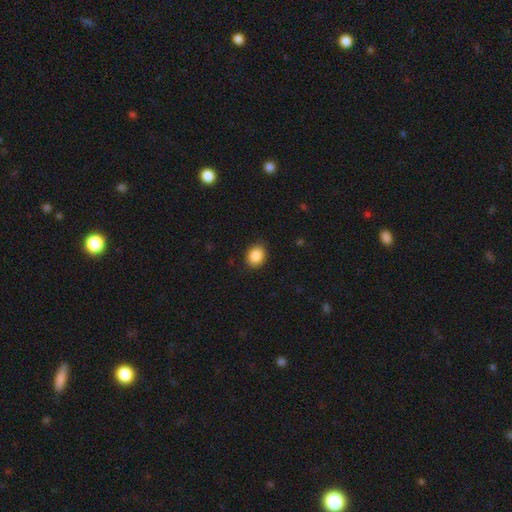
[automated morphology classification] A smooth galaxy with no disk features (88%) that is round (54%). Merging: none (88%).